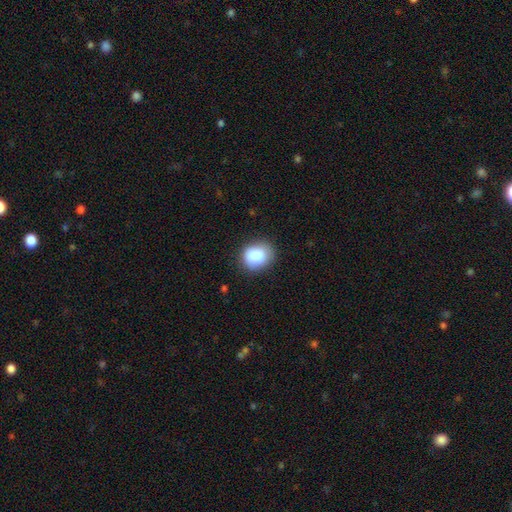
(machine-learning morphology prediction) smooth_or_featured: smooth (p=0.86) [alt: star or artifact p=0.09]
how_rounded: round (p=0.67) [alt: in between p=0.33]
merging: none (p=0.81) [alt: minor disturbance p=0.14]